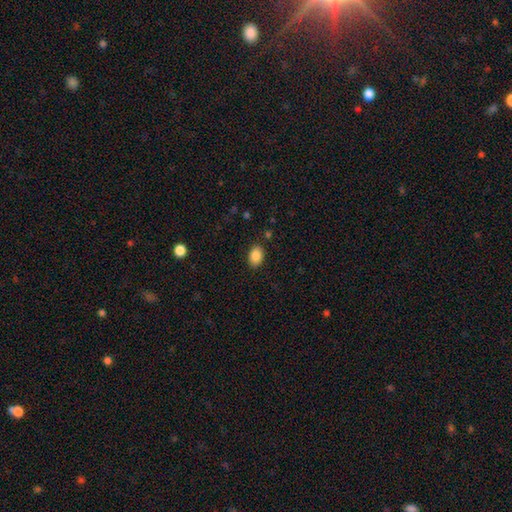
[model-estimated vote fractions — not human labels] A smooth galaxy with no disk features (88%) that is in between round and cigar-shaped (82%).

Vote fractions:
- Smooth or featured? smooth: 88% / star or artifact: 8% / featured or disk: 4%
- How rounded? in between: 82% / round: 17% / cigar-shaped: 1%
- Merging? none: 86% / minor disturbance: 9% / major disturbance: 3% / merger: 2%